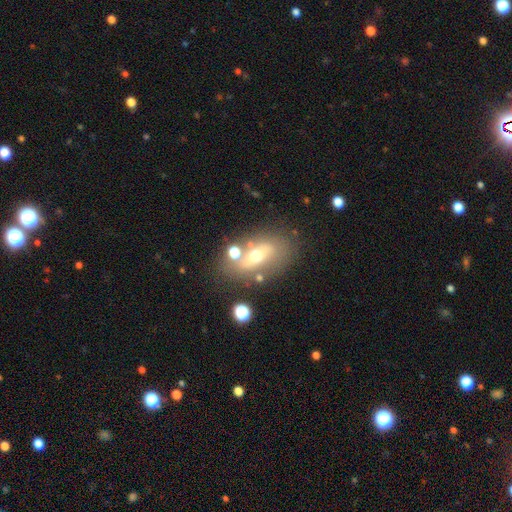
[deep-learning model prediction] Q: Smooth or featured?
A: featured or disk (49%); runner-up: smooth (38%)
Q: Merging?
A: none (67%); runner-up: minor disturbance (15%)